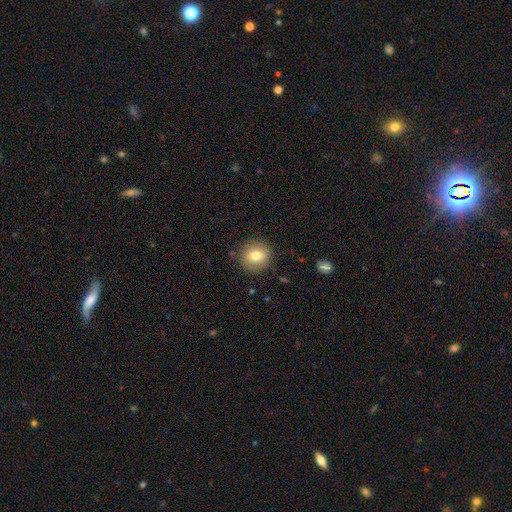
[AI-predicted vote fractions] Overall: smooth (76%). How rounded: round (87%). Merging: none (86%).